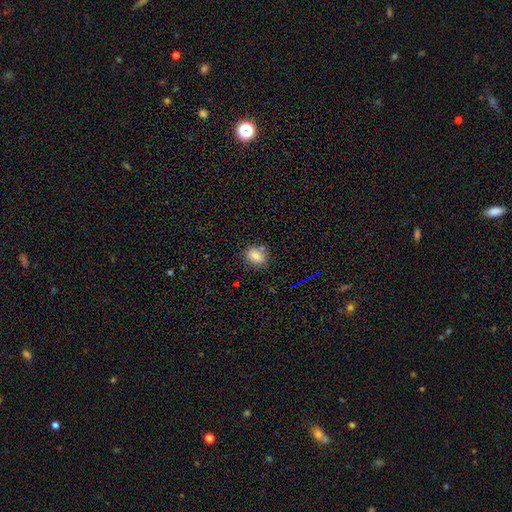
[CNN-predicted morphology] A smooth galaxy with no disk features (80%) that is in between round and cigar-shaped (58%).

Vote fractions:
- Smooth or featured? smooth: 80% / star or artifact: 11% / featured or disk: 9%
- How rounded? in between: 58% / round: 41% / cigar-shaped: 2%
- Merging? none: 75% / minor disturbance: 14% / merger: 8% / major disturbance: 3%